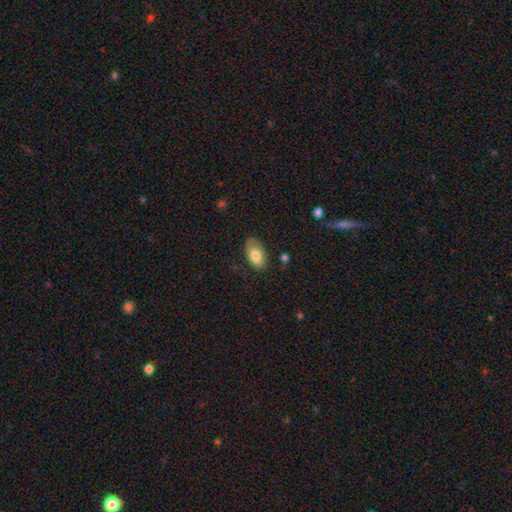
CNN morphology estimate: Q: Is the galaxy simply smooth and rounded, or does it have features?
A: smooth — 78%.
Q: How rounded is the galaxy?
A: in between — 93%.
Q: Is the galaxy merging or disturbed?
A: none — 72%.